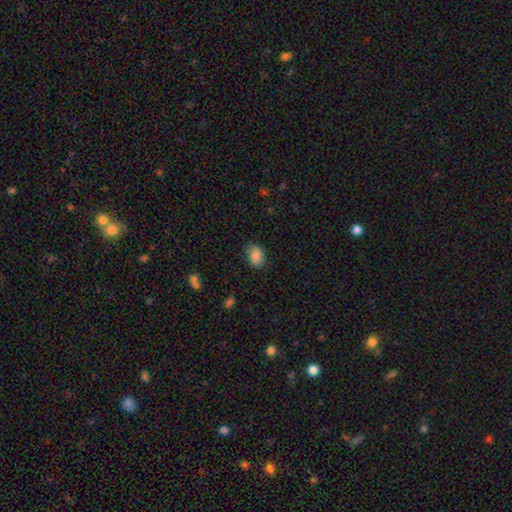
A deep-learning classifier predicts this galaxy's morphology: The model was most divided on "how rounded": in between: 76%, round: 22%, cigar-shaped: 1%. More confident: merging — none (82%); smooth or featured — smooth (81%).